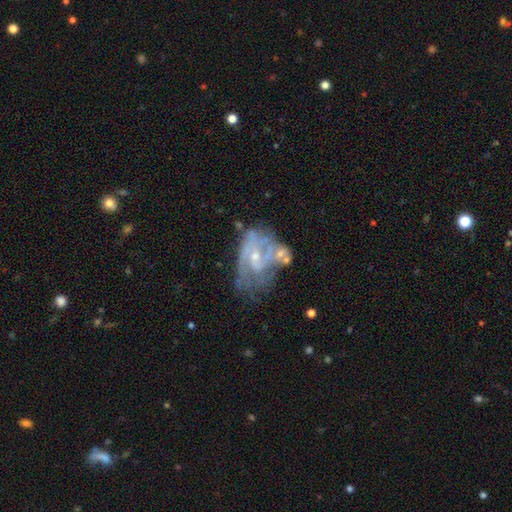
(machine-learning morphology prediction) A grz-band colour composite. It shows a featured or disk galaxy (80%) with no bar (60%), medium (41%) spiral arms (76%) and a small central bulge (63%). Merging: none (31%).